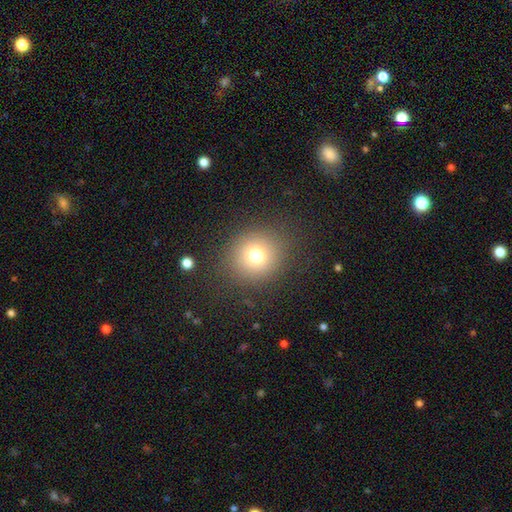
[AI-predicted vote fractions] smooth 73%, star or artifact 16%, featured or disk 11%. Down the decision tree: how rounded — round (88%); merging — none (85%).